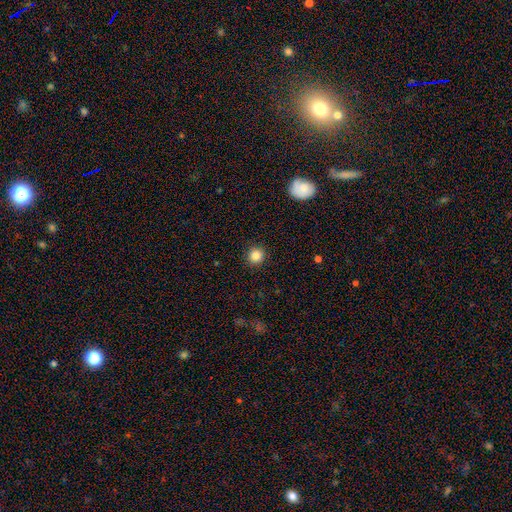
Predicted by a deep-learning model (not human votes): Overall: smooth (85%). How rounded: round (93%). Merging: none (92%).